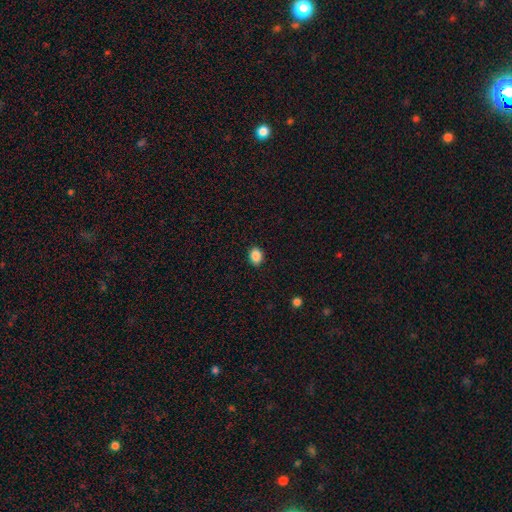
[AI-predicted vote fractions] Smooth or featured? Predicted: smooth (p=0.88). How rounded? Predicted: in between (p=0.59). Merging? Predicted: none (p=0.90).